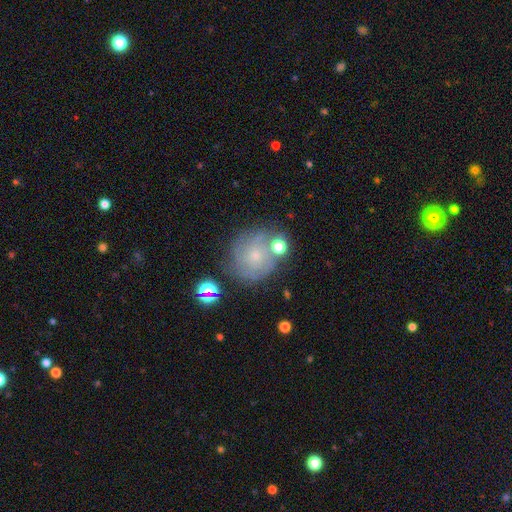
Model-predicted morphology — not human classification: smooth-or-featured: featured or disk: 57% | smooth: 30% | star or artifact: 14%
  disk-edge-on: no: 97% | yes: 3%
    bar: no: 82% | weak: 15% | strong: 3%
    has-spiral-arms: yes: 80% | no: 20%
    bulge-size: small: 78% | moderate: 15% | none: 4% | large: 1% | dominant: 1%
  merging: none: 69% | minor disturbance: 17% | major disturbance: 7% | merger: 7%